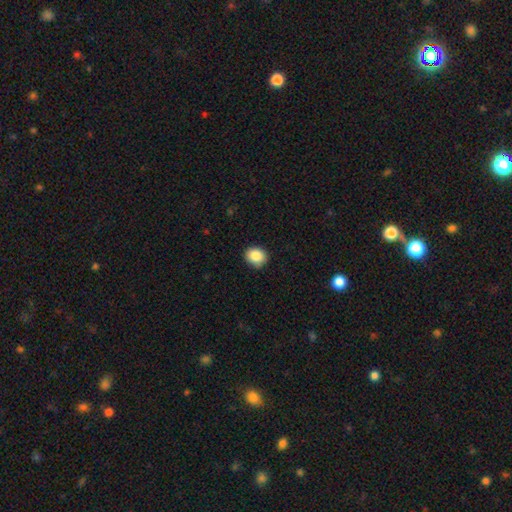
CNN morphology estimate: smooth-or-featured: smooth: 87% | star or artifact: 9% | featured or disk: 4%
  how-rounded: round: 73% | in between: 27% | cigar-shaped: 1%
  merging: none: 85% | minor disturbance: 11% | major disturbance: 2% | merger: 1%